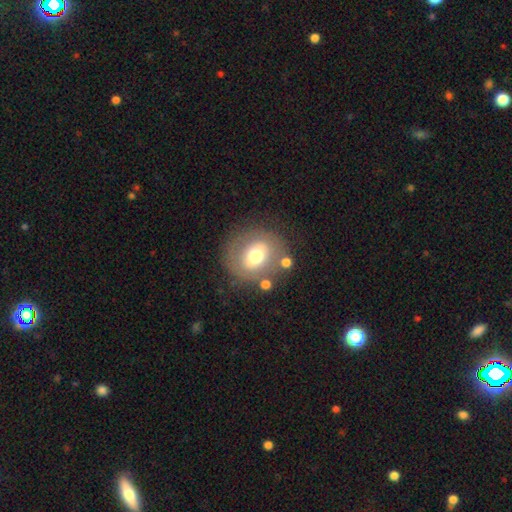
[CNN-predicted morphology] Smooth or featured? smooth (54%)
How rounded? round (79%)
Merging? none (73%)